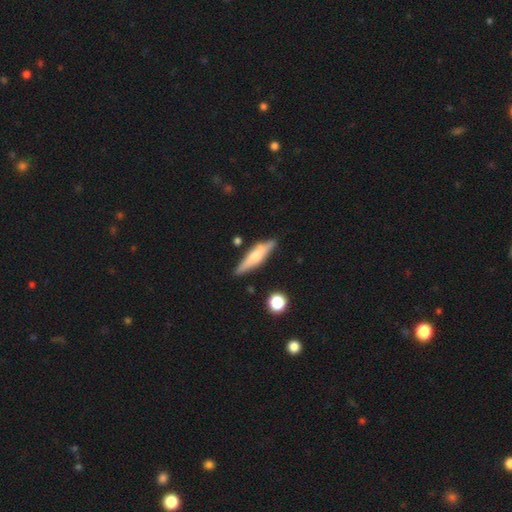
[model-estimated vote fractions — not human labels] Morphology: type=smooth (49%); merging=none (82%).